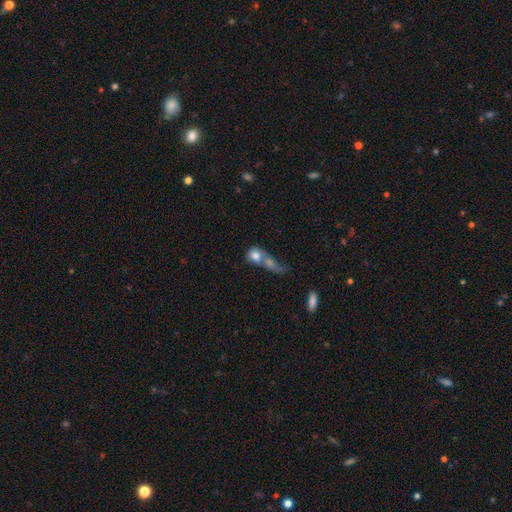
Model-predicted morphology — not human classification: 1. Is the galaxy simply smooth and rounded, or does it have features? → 74% smooth, 17% featured or disk, 8% star or artifact.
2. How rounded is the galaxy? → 60% round, 35% in between, 5% cigar-shaped.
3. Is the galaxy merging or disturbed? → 73% merger, 14% none, 7% major disturbance, 5% minor disturbance.